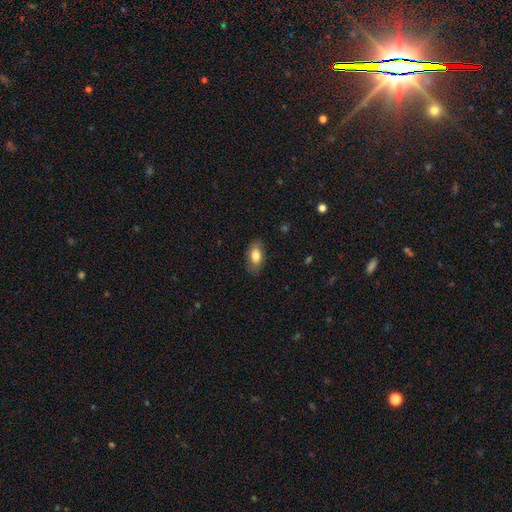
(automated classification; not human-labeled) smooth_or_featured: smooth (p=0.78) [alt: featured or disk p=0.15]
how_rounded: in between (p=0.90) [alt: round p=0.05]
merging: none (p=0.82) [alt: minor disturbance p=0.14]